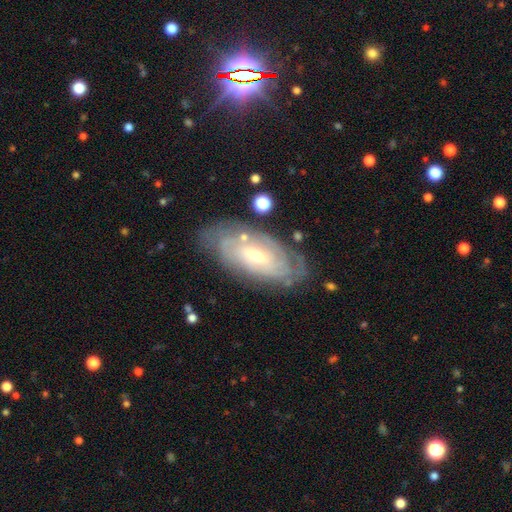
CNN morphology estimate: Smooth or featured: featured or disk — 79% (smooth — 15%)
Edge-on disk: no — 91% (yes — 9%)
Bar: no — 59% (weak — 31%)
Spiral arms: yes — 87% (no — 13%)
Spiral winding: tight — 78% (medium — 17%)
Spiral arm count: can't tell — 58% (2 — 17%)
Bulge size: small — 53% (moderate — 44%)
Merging: none — 75% (minor disturbance — 17%)